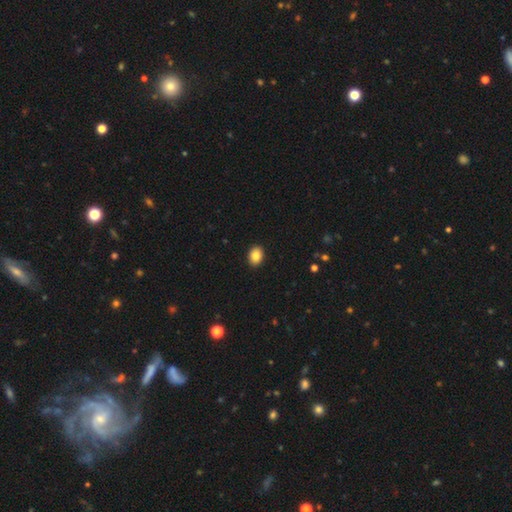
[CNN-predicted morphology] A smooth galaxy with no disk features (86%) that is in between round and cigar-shaped (62%).

Vote fractions:
- Smooth or featured? smooth: 86% / star or artifact: 9% / featured or disk: 5%
- How rounded? in between: 62% / round: 37% / cigar-shaped: 1%
- Merging? none: 92% / minor disturbance: 6% / major disturbance: 2% / merger: 1%